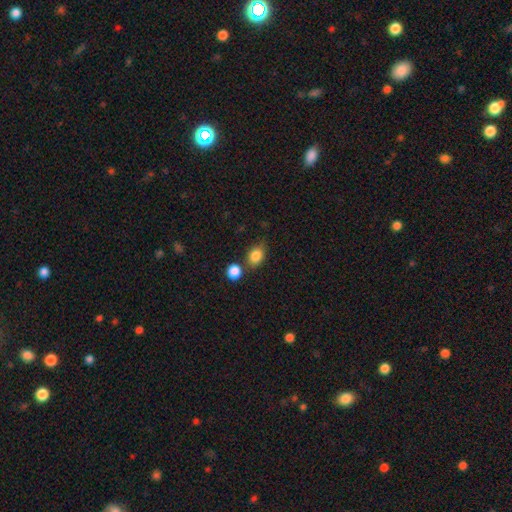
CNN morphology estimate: Smooth or featured? Predicted: smooth (p=0.85). How rounded? Predicted: in between (p=0.63). Merging? Predicted: none (p=0.65).